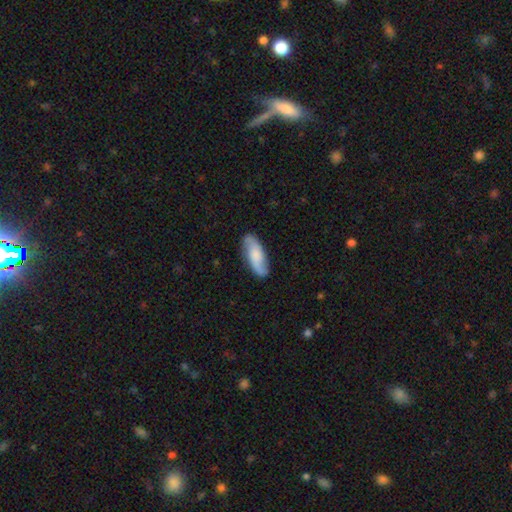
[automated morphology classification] A featured or disk galaxy (52%).

Vote fractions:
- Smooth or featured? featured or disk: 52% / smooth: 42% / star or artifact: 6%
- Edge-on disk? no: 87% / yes: 13%
- Merging? none: 83% / minor disturbance: 12% / major disturbance: 3% / merger: 1%